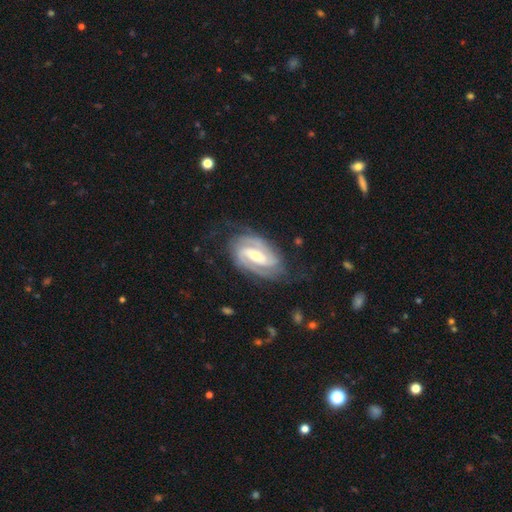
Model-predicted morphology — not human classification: This appears to be a featured or disk galaxy (90%) with a strong bar (45%), 2 (83%) tight (55%) spiral arms (98%) and a moderate central bulge (57%). Merging: none (73%).